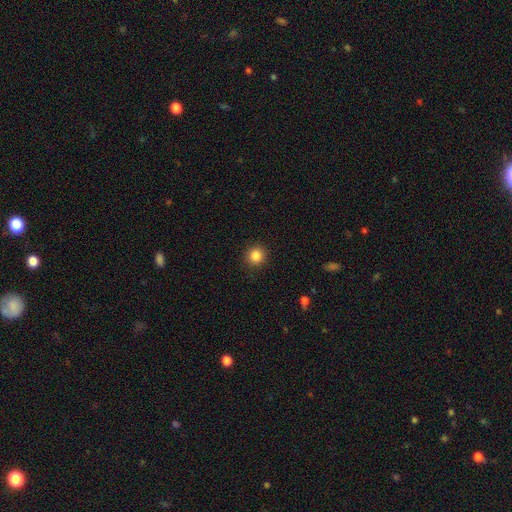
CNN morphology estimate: Smooth or featured: smooth — 85% (star or artifact — 11%)
How rounded: round — 94% (in between — 5%)
Merging: none — 91% (minor disturbance — 5%)